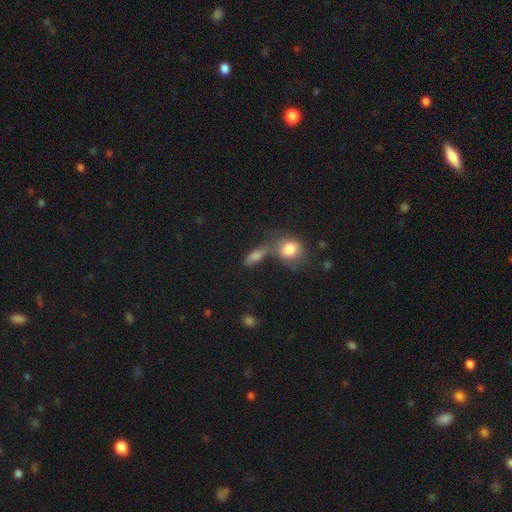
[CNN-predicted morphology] smooth-or-featured: smooth: 67% | featured or disk: 20% | star or artifact: 13%
  how-rounded: in between: 54% | cigar-shaped: 27% | round: 19%
  merging: none: 43% | merger: 36% | minor disturbance: 14% | major disturbance: 8%